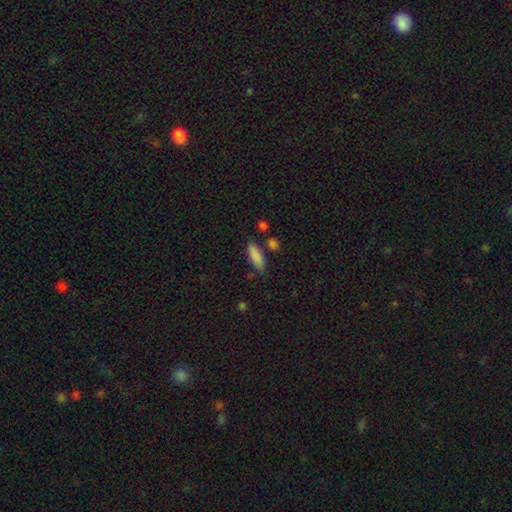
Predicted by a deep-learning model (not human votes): A smooth galaxy with no disk features (87%) that is in between round and cigar-shaped (63%). Merging: none (76%).